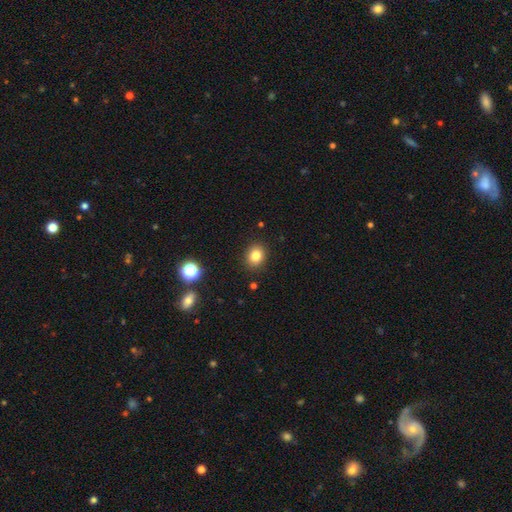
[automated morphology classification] smooth 82%, star or artifact 12%, featured or disk 6%. Down the decision tree: how rounded — round (63%); merging — none (89%).